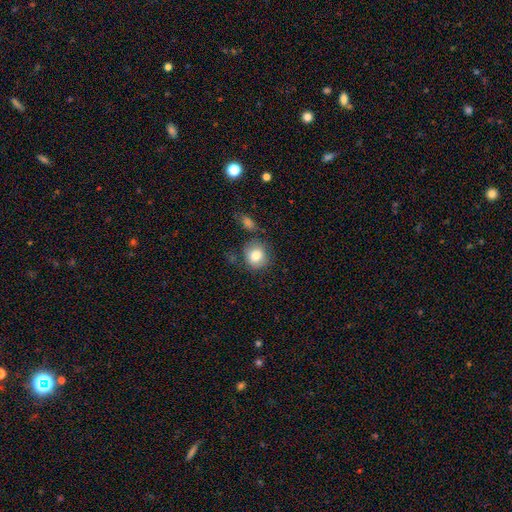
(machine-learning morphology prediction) A smooth galaxy with no disk features (83%) that is round (78%).

Vote fractions:
- Smooth or featured? smooth: 83% / featured or disk: 9% / star or artifact: 8%
- How rounded? round: 78% / in between: 21% / cigar-shaped: 1%
- Merging? none: 71% / minor disturbance: 16% / merger: 8% / major disturbance: 5%